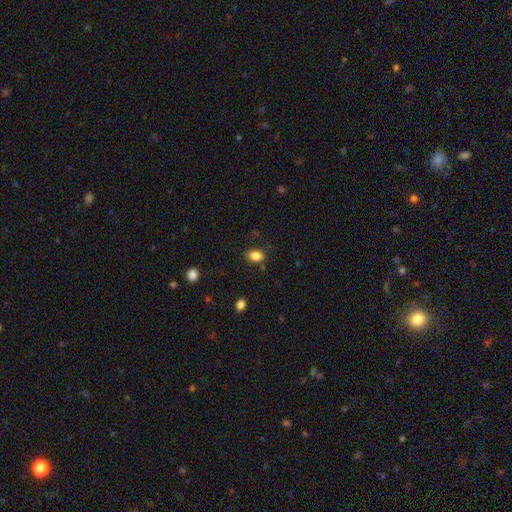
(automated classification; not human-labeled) Smooth or featured? smooth (84%)
How rounded? in between (78%)
Merging? none (80%)